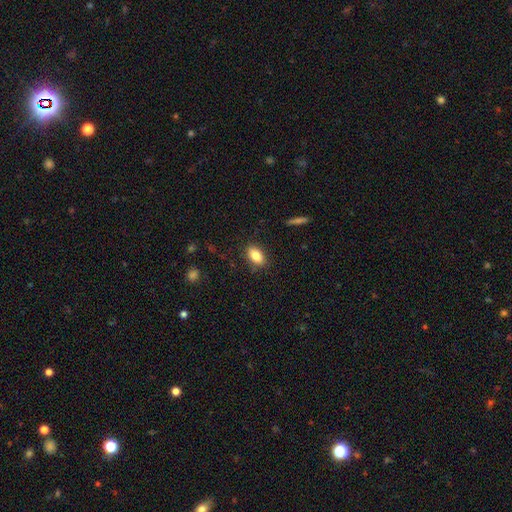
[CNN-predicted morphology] The model was most divided on "merging": none: 85%, minor disturbance: 11%, major disturbance: 3%, merger: 1%. More confident: how rounded — in between (89%); smooth or featured — smooth (84%).